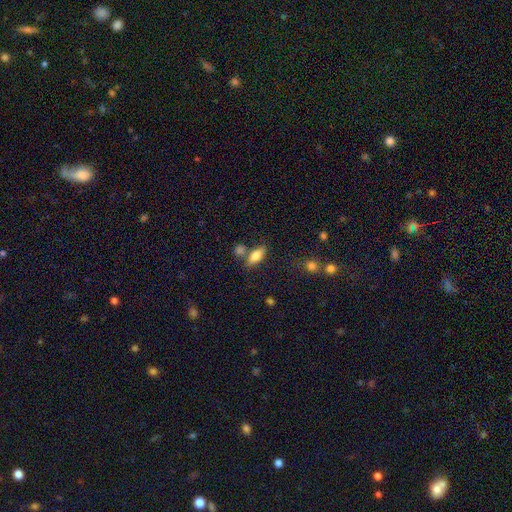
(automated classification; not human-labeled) The model was most divided on "merging": none: 63%, merger: 19%, minor disturbance: 14%, major disturbance: 5%. More confident: how rounded — in between (80%); smooth or featured — smooth (77%).